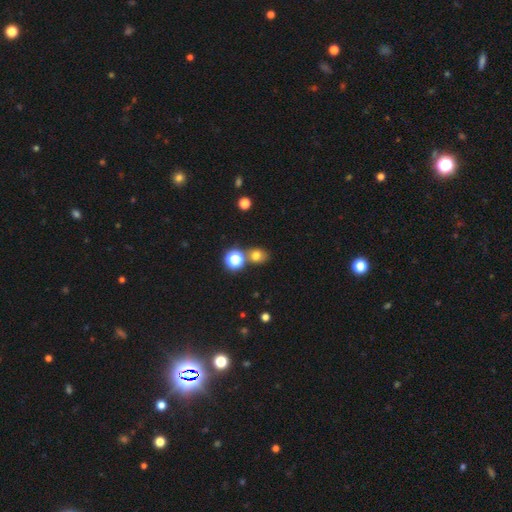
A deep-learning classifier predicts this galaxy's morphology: A smooth galaxy with no disk features (72%) that is round (59%).

Vote fractions:
- Smooth or featured? smooth: 72% / star or artifact: 20% / featured or disk: 8%
- How rounded? round: 59% / in between: 40% / cigar-shaped: 1%
- Merging? none: 65% / merger: 19% / minor disturbance: 11% / major disturbance: 4%